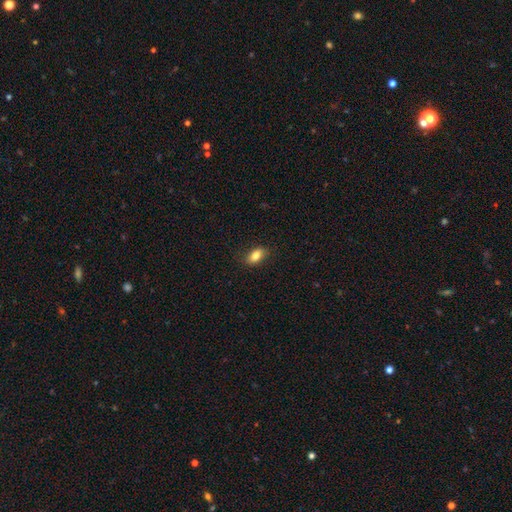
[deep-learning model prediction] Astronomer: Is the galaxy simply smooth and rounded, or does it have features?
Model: smooth — 82%.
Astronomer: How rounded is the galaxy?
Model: in between — 87%.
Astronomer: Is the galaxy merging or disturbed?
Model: none — 84%.